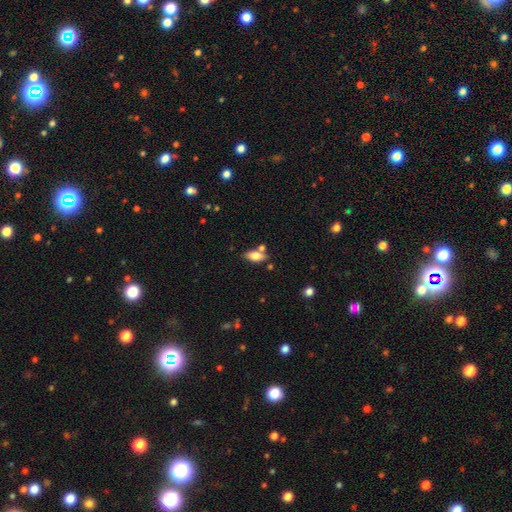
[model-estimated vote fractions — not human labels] A smooth galaxy with no disk features (77%) that is in between round and cigar-shaped (86%). Merging: none (65%).